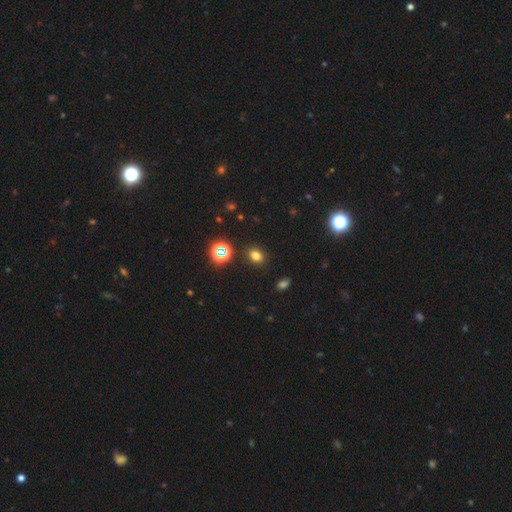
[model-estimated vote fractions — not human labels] This is likely a smooth galaxy (73%). How rounded: possibly round (50%). Merging: clearly none (88%).